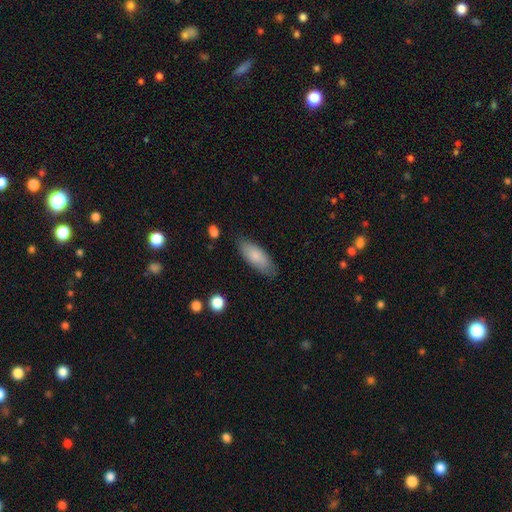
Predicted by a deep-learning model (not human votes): A smooth galaxy with no disk features (82%) that is in between round and cigar-shaped (78%).

Vote fractions:
- Smooth or featured? smooth: 82% / featured or disk: 12% / star or artifact: 6%
- How rounded? in between: 78% / cigar-shaped: 20% / round: 2%
- Merging? none: 77% / minor disturbance: 17% / major disturbance: 4% / merger: 2%